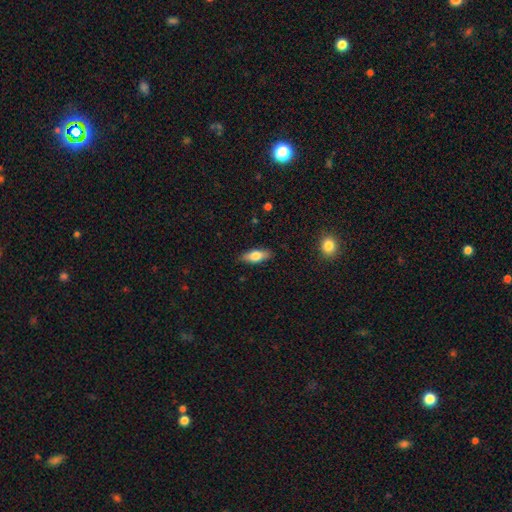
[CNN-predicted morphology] Q: Smooth or featured?
A: smooth (71%); runner-up: featured or disk (22%)
Q: How rounded?
A: in between (72%); runner-up: cigar-shaped (25%)
Q: Merging?
A: none (87%); runner-up: minor disturbance (10%)